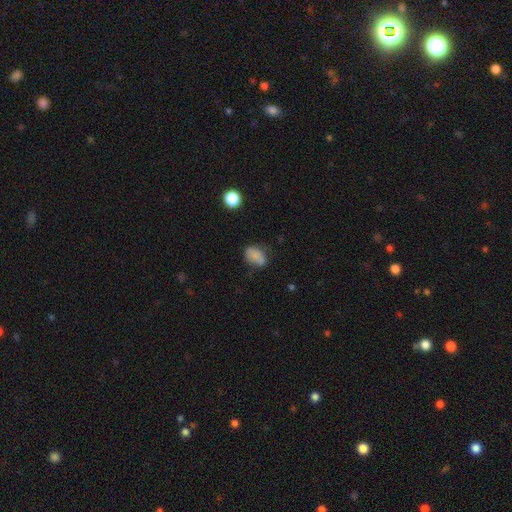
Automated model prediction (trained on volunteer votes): Smooth or featured?
  - smooth: 76% *
  - featured or disk: 13%
  - star or artifact: 11%
How rounded?
  - in between: 80% *
  - round: 18%
  - cigar-shaped: 2%
Merging?
  - none: 55% *
  - minor disturbance: 30%
  - major disturbance: 10%
  - merger: 5%